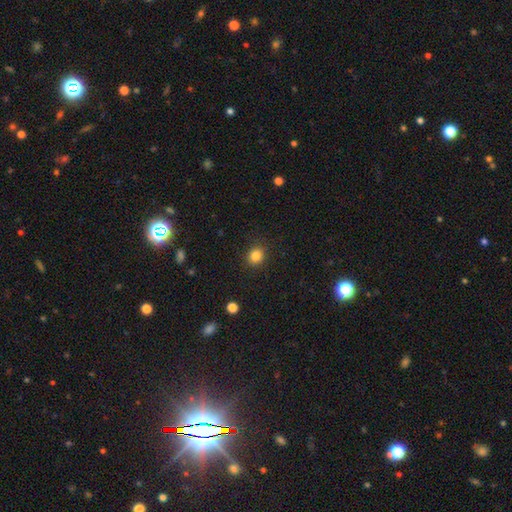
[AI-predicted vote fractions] smooth-or-featured: smooth: 84% | star or artifact: 12% | featured or disk: 5%
  how-rounded: round: 78% | in between: 21% | cigar-shaped: 1%
  merging: none: 90% | minor disturbance: 7% | major disturbance: 2% | merger: 1%